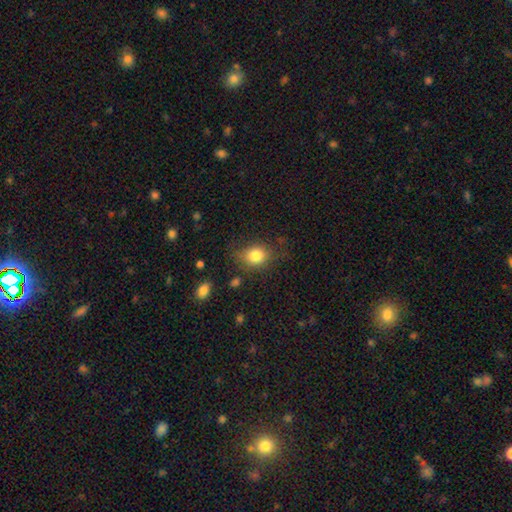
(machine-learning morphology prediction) Smooth or featured: smooth — 82% (star or artifact — 10%)
How rounded: round — 55% (in between — 44%)
Merging: none — 72% (minor disturbance — 19%)